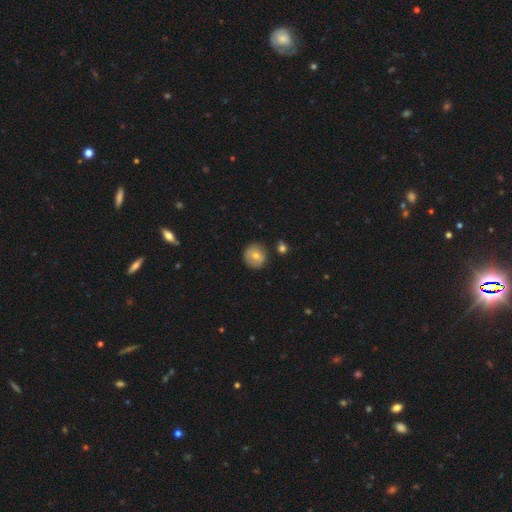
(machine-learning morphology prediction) Q: Smooth or featured?
A: smooth (72%); runner-up: featured or disk (19%)
Q: How rounded?
A: round (92%); runner-up: in between (7%)
Q: Merging?
A: none (83%); runner-up: minor disturbance (11%)